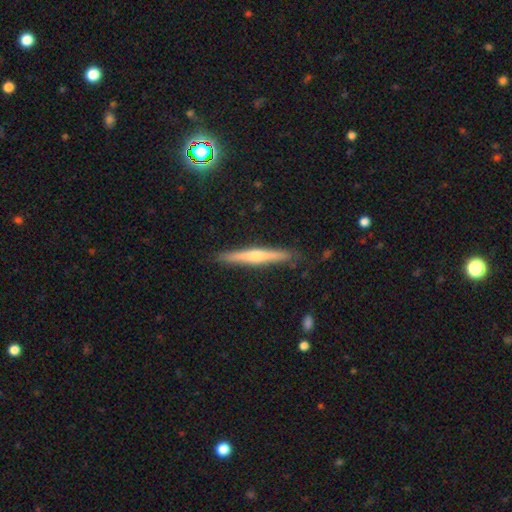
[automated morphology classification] The model was most divided on "smooth or featured": featured or disk: 65%, smooth: 28%, star or artifact: 8%. More confident: edge-on disk — yes (97%); merging — none (89%); edge-on bulge — rounded (76%).